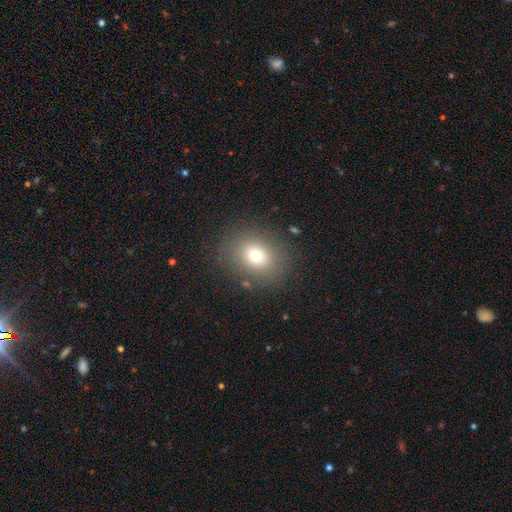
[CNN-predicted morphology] Smooth or featured? Predicted: smooth (p=0.69). How rounded? Predicted: round (p=0.63). Merging? Predicted: none (p=0.85).